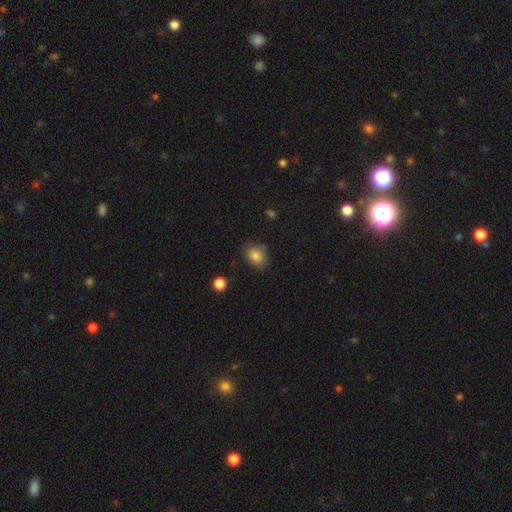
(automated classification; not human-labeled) Morphology: type=smooth (83%); roundness=round (56%); merging=none (72%).